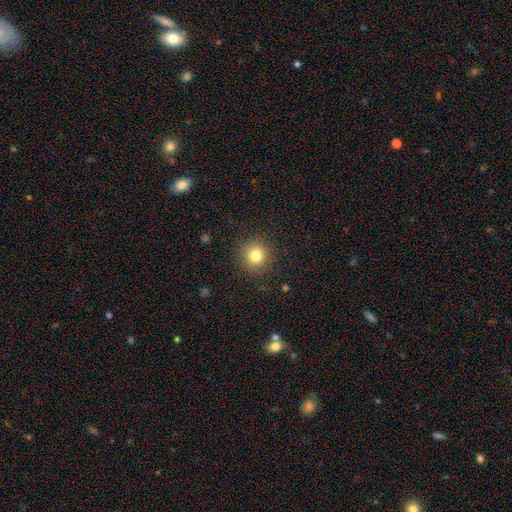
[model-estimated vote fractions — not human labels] smooth 80%, star or artifact 13%, featured or disk 7%. Down the decision tree: how rounded — round (94%); merging — none (90%).